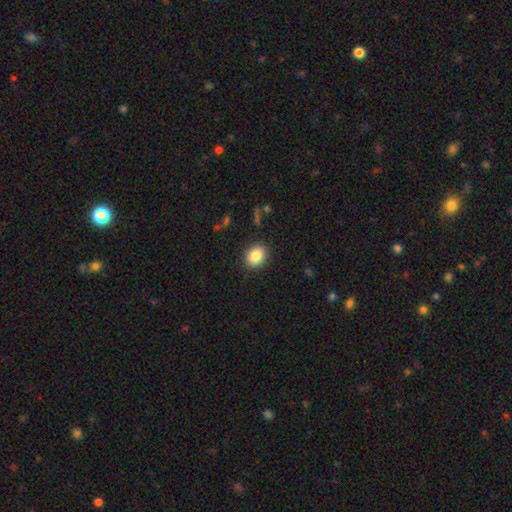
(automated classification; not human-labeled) This is clearly a smooth galaxy (87%). How rounded: possibly in between (52%). Merging: clearly none (89%).